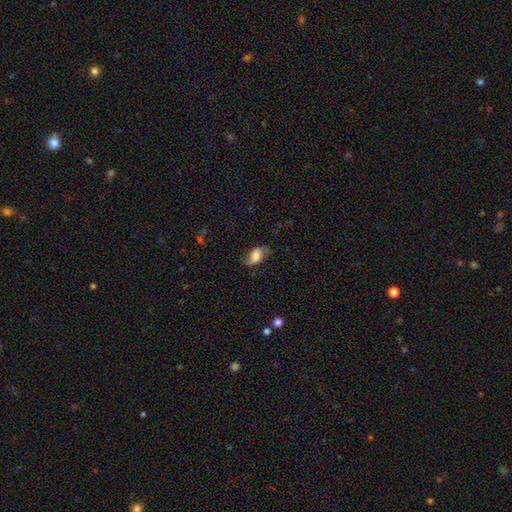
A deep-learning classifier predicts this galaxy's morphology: smooth 67%, featured or disk 24%, star or artifact 9%. Down the decision tree: how rounded — in between (89%); merging — none (59%).